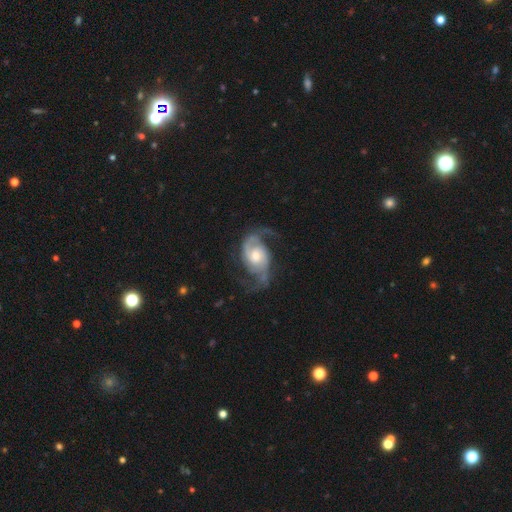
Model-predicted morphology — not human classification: This appears to be a featured or disk galaxy (89%) with no bar (63%), 2 (89%) medium (44%) spiral arms (97%) and a moderate central bulge (63%). Merging: none (67%).